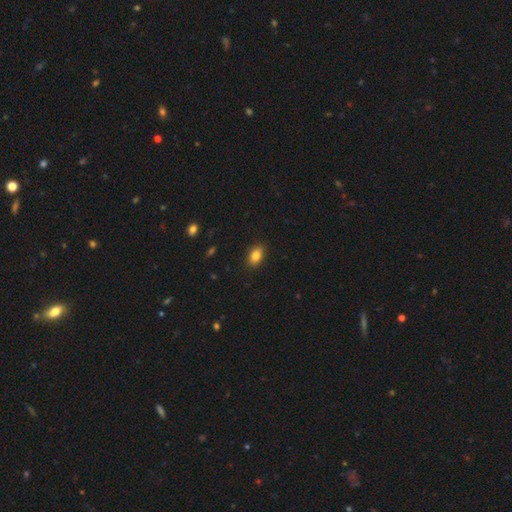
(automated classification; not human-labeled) Smooth or featured: smooth — 84% (star or artifact — 9%)
How rounded: in between — 84% (round — 14%)
Merging: none — 88% (minor disturbance — 9%)